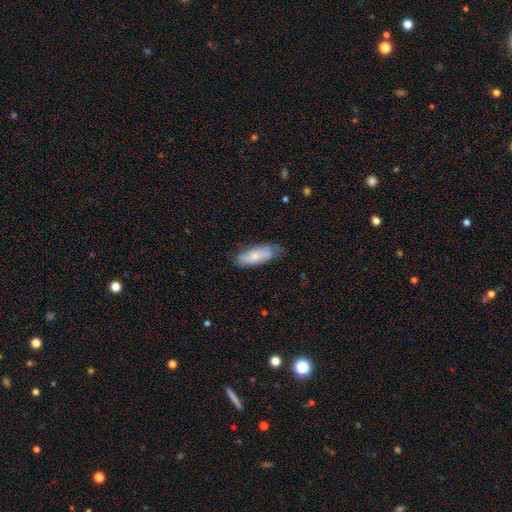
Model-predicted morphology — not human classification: A smooth galaxy with no disk features (70%) that is in between round and cigar-shaped (67%). Merging: none (68%).